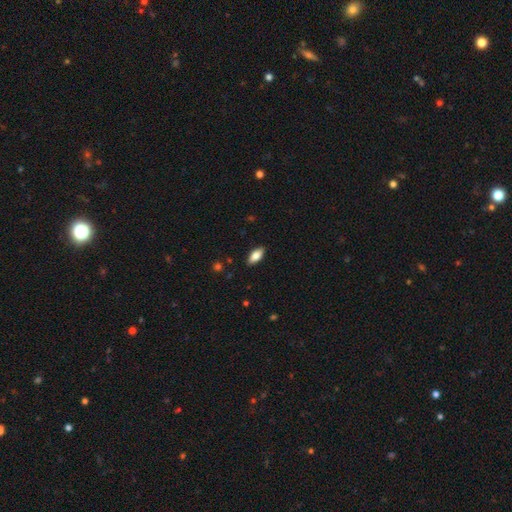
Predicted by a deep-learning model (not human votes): Smooth or featured? smooth (79%)
How rounded? in between (85%)
Merging? none (88%)